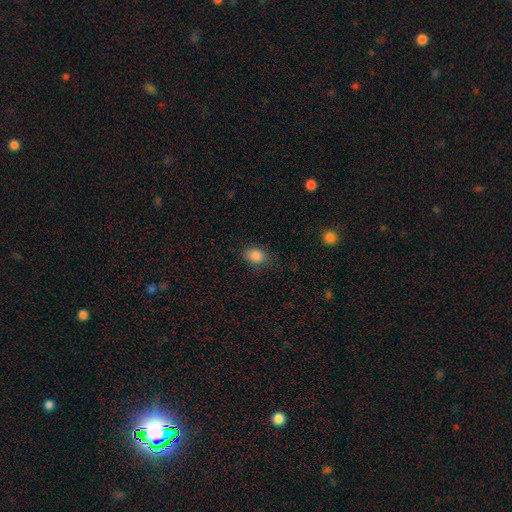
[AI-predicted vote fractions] This is clearly a smooth galaxy (86%). How rounded: likely in between (66%). Merging: clearly none (81%).